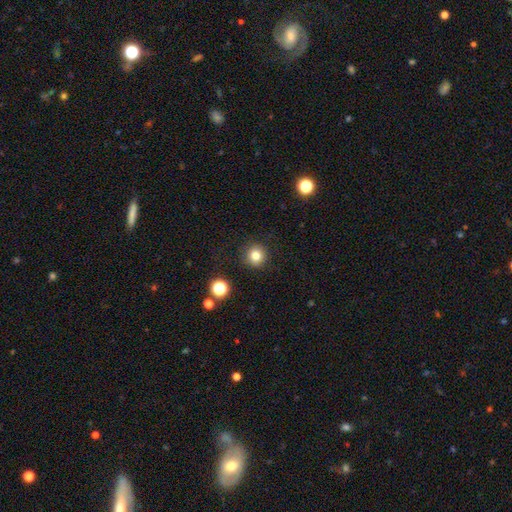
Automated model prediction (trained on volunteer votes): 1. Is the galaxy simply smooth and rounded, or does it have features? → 80% smooth, 13% star or artifact, 7% featured or disk.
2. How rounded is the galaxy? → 94% round, 5% in between, 1% cigar-shaped.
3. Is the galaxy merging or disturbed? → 91% none, 6% minor disturbance, 2% major disturbance, 1% merger.